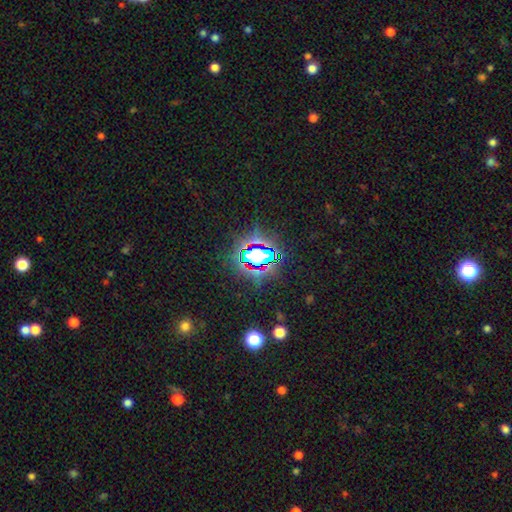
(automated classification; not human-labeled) This is likely a star or artifact rather than a galaxy (72%).